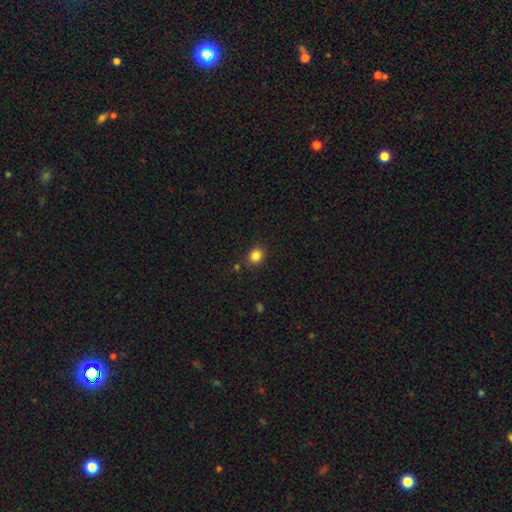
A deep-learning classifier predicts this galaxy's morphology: Smooth or featured? Predicted: smooth (p=0.85). How rounded? Predicted: round (p=0.73). Merging? Predicted: none (p=0.86).